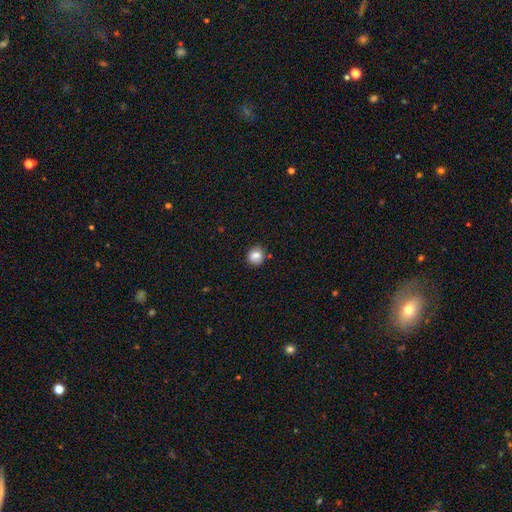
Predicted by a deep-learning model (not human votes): Smooth or featured? smooth (83%)
How rounded? round (83%)
Merging? none (84%)